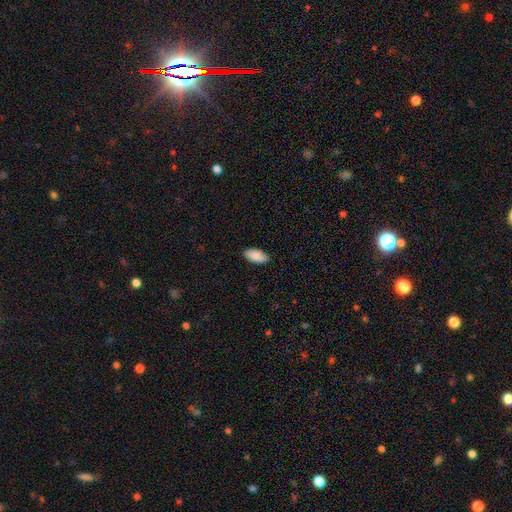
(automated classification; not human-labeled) Smooth or featured? Predicted: smooth (p=0.89). How rounded? Predicted: in between (p=0.92). Merging? Predicted: none (p=0.86).